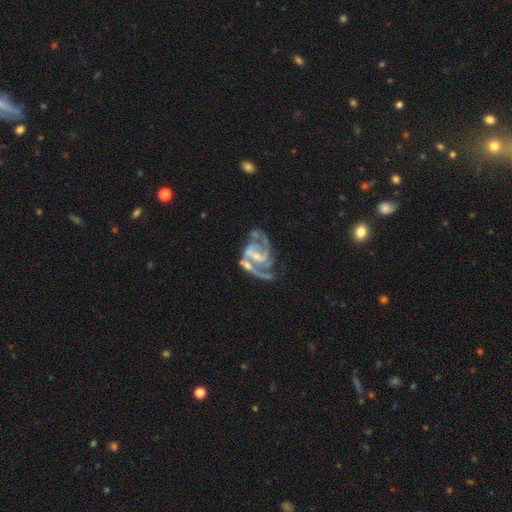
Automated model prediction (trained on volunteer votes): Smooth or featured?
  - featured or disk: 88% *
  - star or artifact: 6%
  - smooth: 6%
Edge-on disk?
  - no: 98% *
  - yes: 2%
Bar?
  - weak: 44% *
  - strong: 32%
  - no: 24%
Spiral arms?
  - yes: 94% *
  - no: 6%
Spiral winding?
  - medium: 53% *
  - tight: 29%
  - loose: 19%
Spiral arm count?
  - 2: 61% *
  - 3: 18%
  - can't tell: 10%
  - 1: 5%
  - 4: 3%
  - more than 4: 3%
Bulge size?
  - small: 51% *
  - moderate: 24%
  - none: 22%
  - large: 2%
  - dominant: 1%
Merging?
  - none: 36% *
  - major disturbance: 25%
  - merger: 21%
  - minor disturbance: 19%